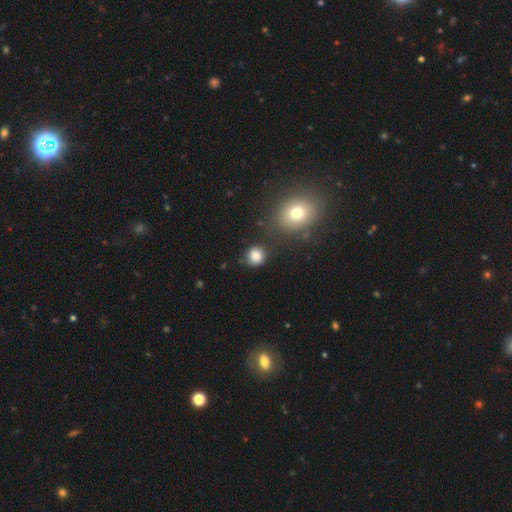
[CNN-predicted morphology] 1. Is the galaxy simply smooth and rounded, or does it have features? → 85% smooth, 11% star or artifact, 5% featured or disk.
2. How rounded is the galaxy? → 88% round, 11% in between, 1% cigar-shaped.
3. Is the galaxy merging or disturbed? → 79% none, 12% minor disturbance, 5% merger, 4% major disturbance.